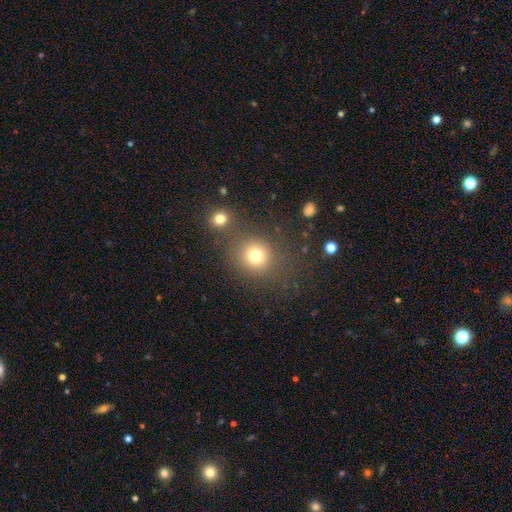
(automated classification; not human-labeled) smooth_or_featured: smooth (p=0.76) [alt: star or artifact p=0.15]
how_rounded: round (p=0.82) [alt: in between p=0.17]
merging: none (p=0.72) [alt: merger p=0.13]